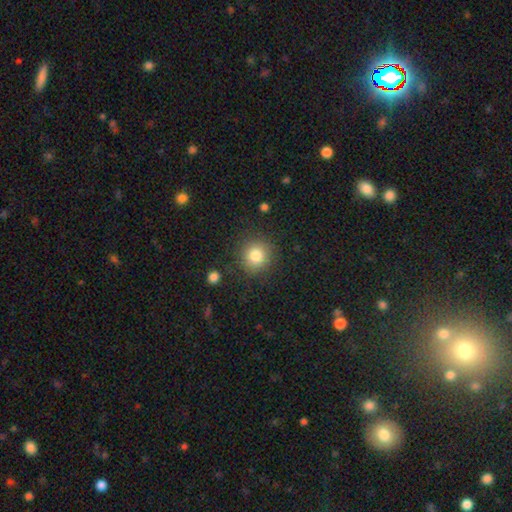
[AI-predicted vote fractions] The model was most divided on "smooth or featured": smooth: 82%, star or artifact: 11%, featured or disk: 7%. More confident: how rounded — round (92%); merging — none (87%).